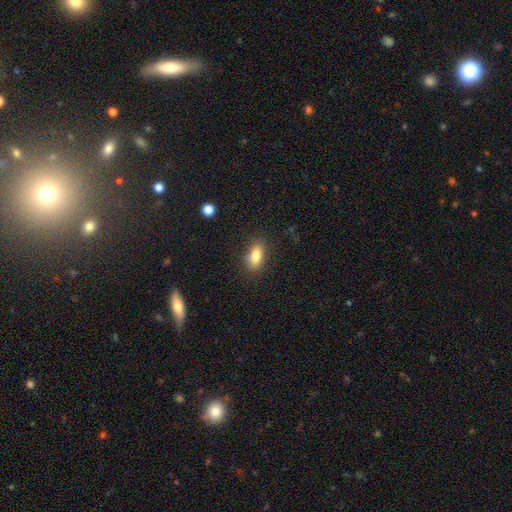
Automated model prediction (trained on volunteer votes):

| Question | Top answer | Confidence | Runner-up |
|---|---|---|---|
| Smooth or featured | smooth | 81% | featured or disk (10%) |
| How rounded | in between | 84% | cigar-shaped (9%) |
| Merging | none | 85% | minor disturbance (11%) |